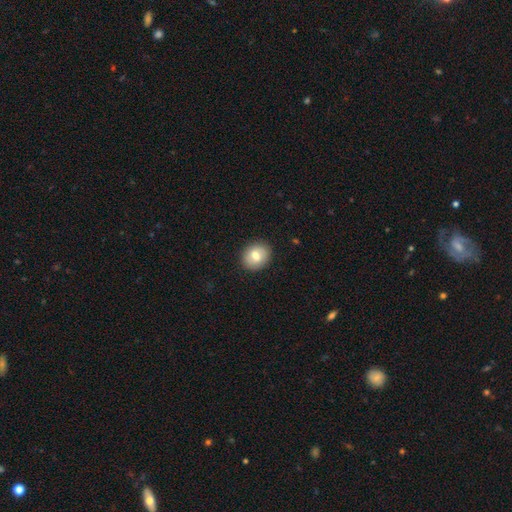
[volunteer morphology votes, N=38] This appears to be a smooth galaxy with no disk features (71%) that is in between round and cigar-shaped (52%). Merging: none (92%).